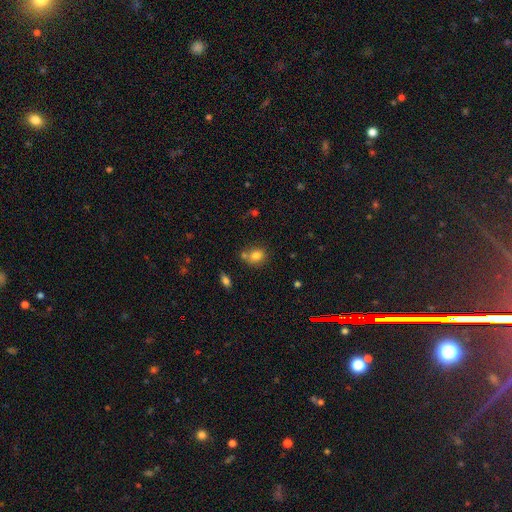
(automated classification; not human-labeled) This is likely a smooth galaxy (79%). How rounded: likely round (63%). Merging: possibly none (57%).